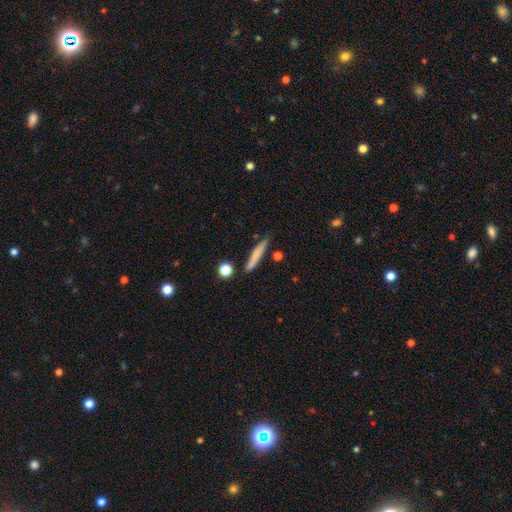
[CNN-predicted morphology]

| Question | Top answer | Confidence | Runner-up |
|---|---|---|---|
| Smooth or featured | smooth | 72% | featured or disk (21%) |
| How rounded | cigar-shaped | 92% | in between (6%) |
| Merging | none | 82% | minor disturbance (12%) |